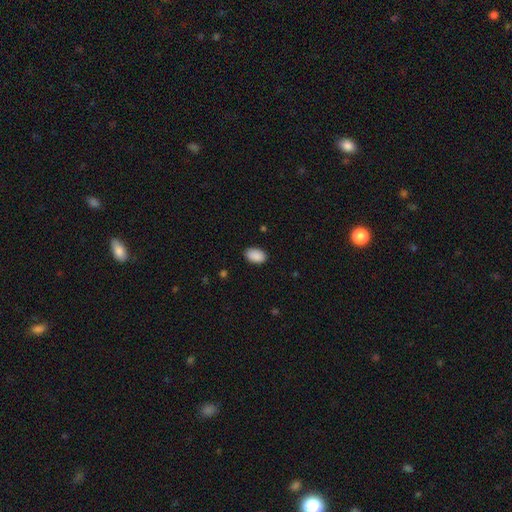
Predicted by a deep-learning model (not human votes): This is clearly a smooth galaxy (91%). How rounded: clearly in between (92%). Merging: clearly none (87%).